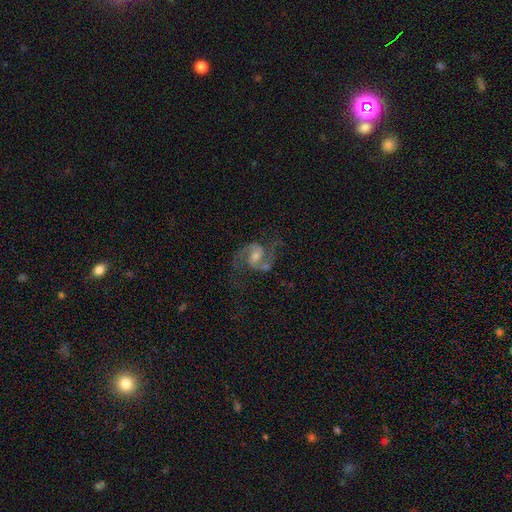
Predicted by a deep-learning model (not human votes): Smooth or featured? featured or disk (89%)
Edge-on disk? no (98%)
Bar? weak (53%)
Spiral arms? yes (98%)
Spiral winding? medium (58%)
Spiral arm count? 2 (93%)
Bulge size? moderate (46%)
Merging? none (71%)